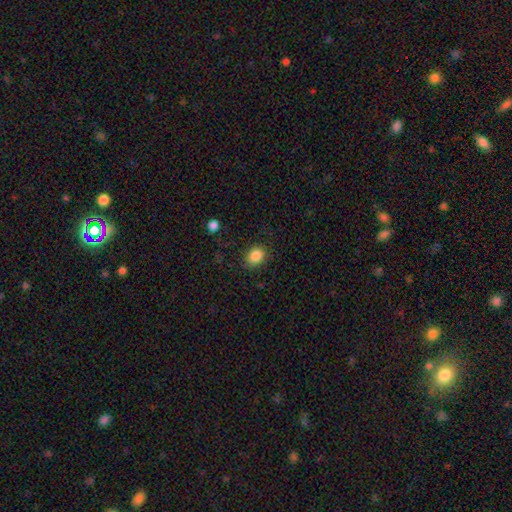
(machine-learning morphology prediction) Smooth or featured?
  - smooth: 86% *
  - star or artifact: 9%
  - featured or disk: 4%
How rounded?
  - in between: 57% *
  - round: 42%
  - cigar-shaped: 1%
Merging?
  - none: 82% *
  - minor disturbance: 13%
  - major disturbance: 4%
  - merger: 1%